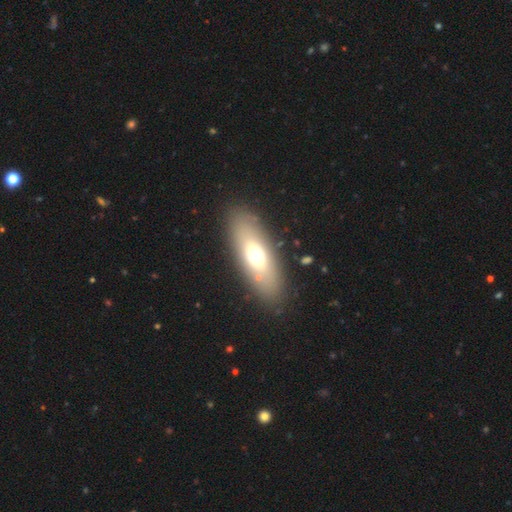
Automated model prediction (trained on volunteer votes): smooth-or-featured: smooth: 61% | featured or disk: 31% | star or artifact: 8%
  how-rounded: in between: 73% | cigar-shaped: 24% | round: 4%
  merging: none: 85% | minor disturbance: 9% | major disturbance: 4% | merger: 2%